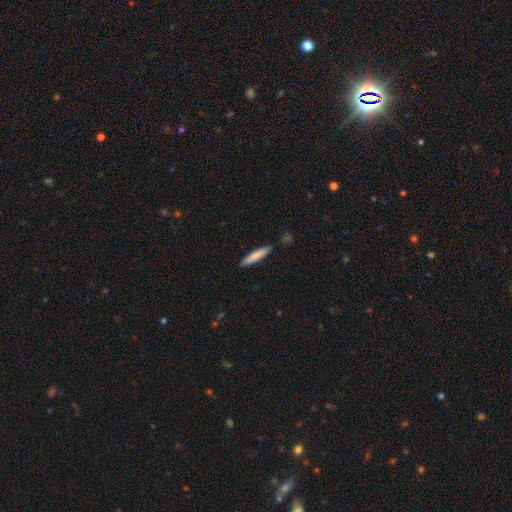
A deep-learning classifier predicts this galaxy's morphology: The model was most divided on "smooth or featured": smooth: 77%, featured or disk: 18%, star or artifact: 5%. More confident: merging — none (89%); how rounded — cigar-shaped (89%).